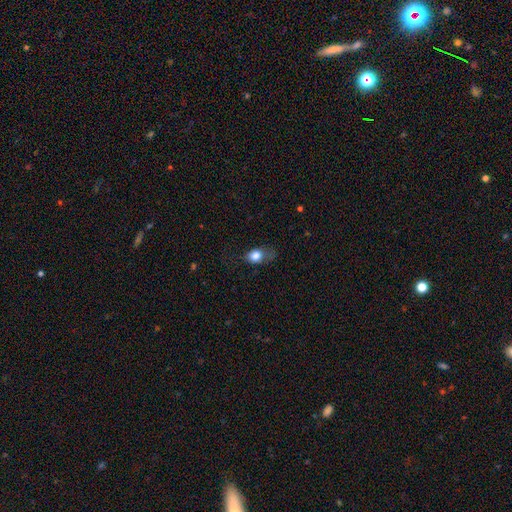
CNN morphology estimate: Smooth or featured?
  - smooth: 79% *
  - featured or disk: 11%
  - star or artifact: 9%
How rounded?
  - in between: 61% *
  - round: 37%
  - cigar-shaped: 2%
Merging?
  - none: 41% *
  - minor disturbance: 33%
  - major disturbance: 24%
  - merger: 2%